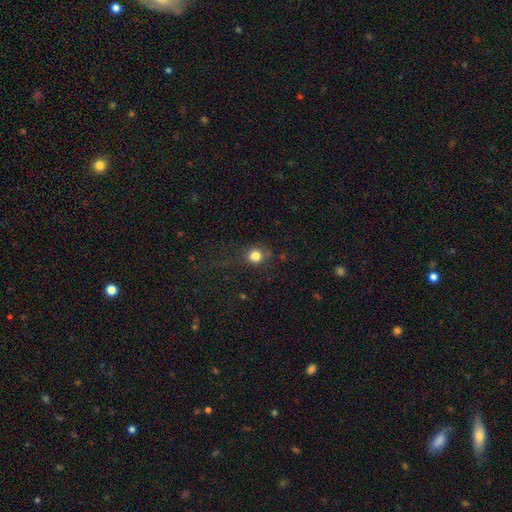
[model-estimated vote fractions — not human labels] Morphology: type=smooth (81%); roundness=round (80%); merging=none (66%).